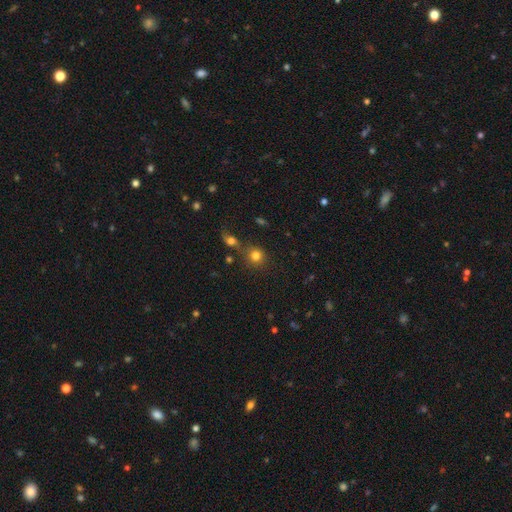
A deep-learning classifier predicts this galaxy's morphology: type=smooth (78%); roundness=round (88%); merging=none (62%).